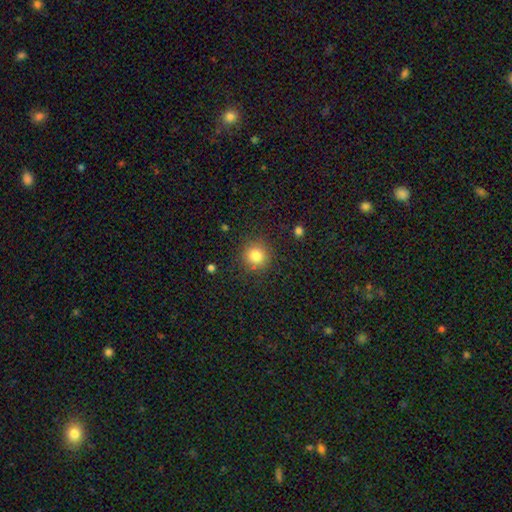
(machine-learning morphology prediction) smooth 82%, star or artifact 12%, featured or disk 6%. Down the decision tree: how rounded — round (93%); merging — none (87%).